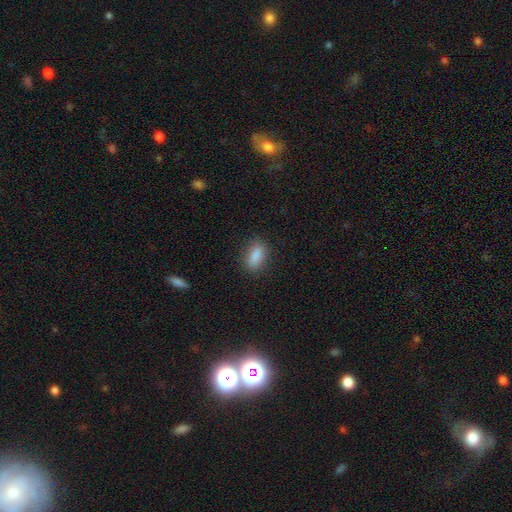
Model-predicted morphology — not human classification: A smooth galaxy with no disk features (87%) that is in between round and cigar-shaped (81%). Merging: none (85%).